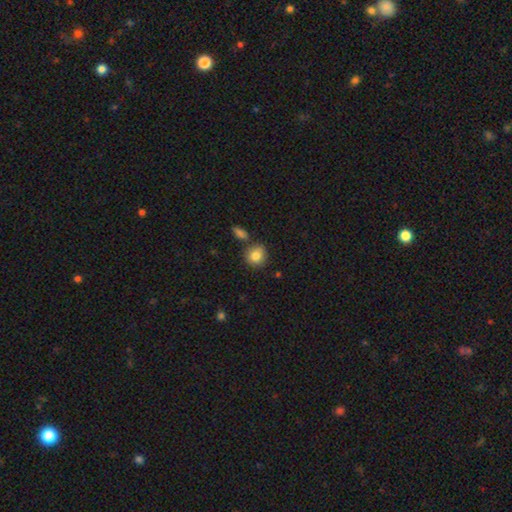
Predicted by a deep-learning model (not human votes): Overall: smooth (85%). How rounded: round (83%). Merging: none (74%).